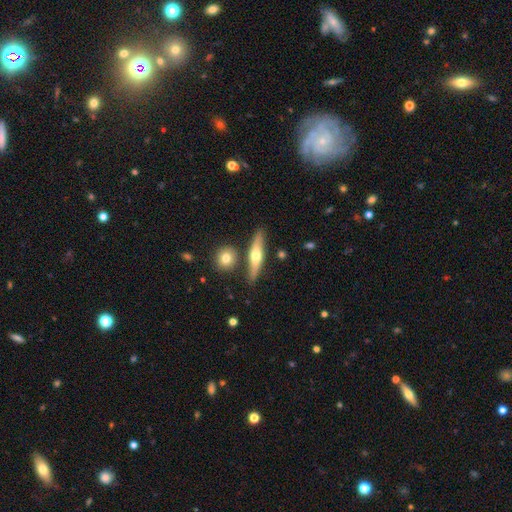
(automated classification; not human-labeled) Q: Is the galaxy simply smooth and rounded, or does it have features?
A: featured or disk — 54%.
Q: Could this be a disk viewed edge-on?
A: yes — 91%.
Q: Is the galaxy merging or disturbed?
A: none — 80%.